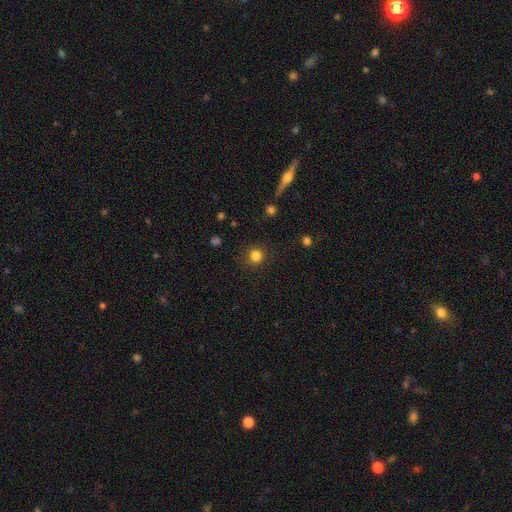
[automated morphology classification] A smooth galaxy with no disk features (83%) that is round (93%).

Vote fractions:
- Smooth or featured? smooth: 83% / star or artifact: 13% / featured or disk: 4%
- How rounded? round: 93% / in between: 6% / cigar-shaped: 1%
- Merging? none: 88% / minor disturbance: 8% / major disturbance: 3% / merger: 1%